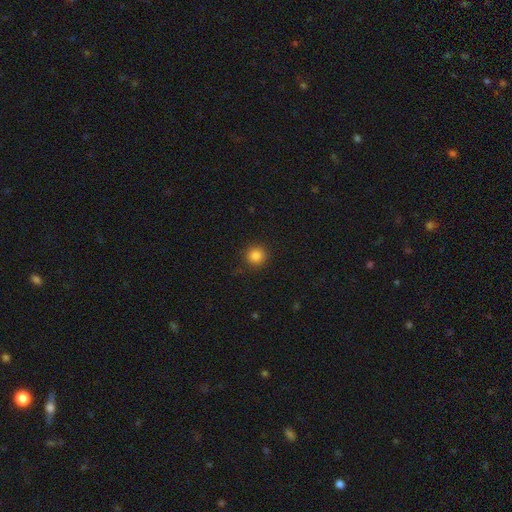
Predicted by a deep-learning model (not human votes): Q: Smooth or featured?
A: smooth (85%); runner-up: star or artifact (11%)
Q: How rounded?
A: round (94%); runner-up: in between (5%)
Q: Merging?
A: none (90%); runner-up: minor disturbance (7%)